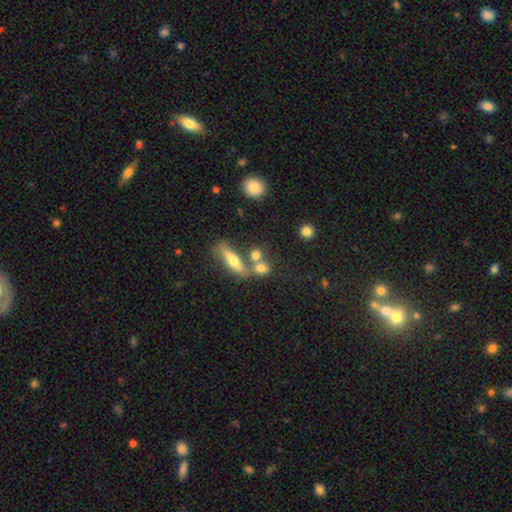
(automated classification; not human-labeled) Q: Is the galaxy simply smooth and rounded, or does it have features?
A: smooth — 66%.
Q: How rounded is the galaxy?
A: in between — 43%.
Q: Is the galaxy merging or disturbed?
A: none — 42%.